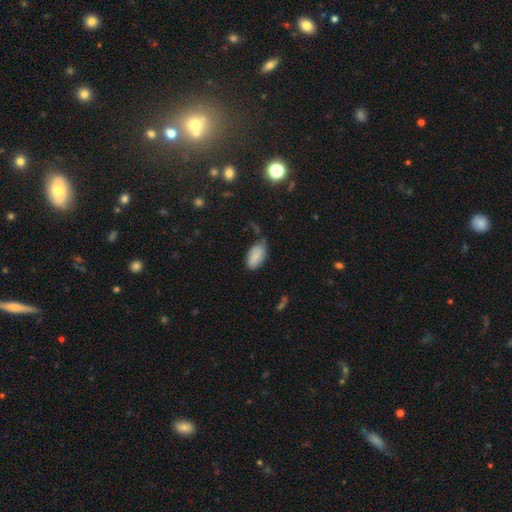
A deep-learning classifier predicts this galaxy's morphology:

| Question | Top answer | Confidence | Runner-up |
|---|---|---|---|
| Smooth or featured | smooth | 82% | featured or disk (11%) |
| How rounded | in between | 94% | cigar-shaped (4%) |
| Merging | none | 46% | minor disturbance (38%) |